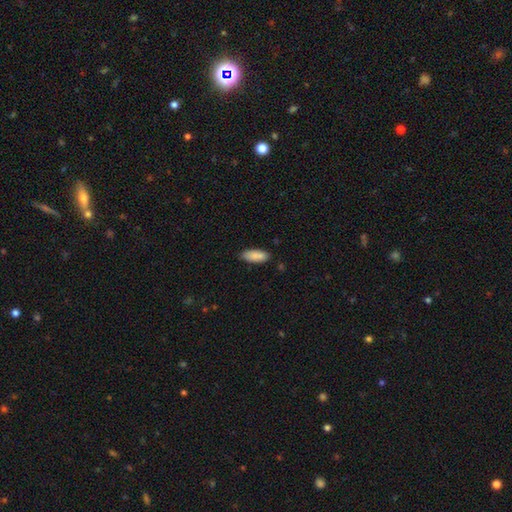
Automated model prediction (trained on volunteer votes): A smooth galaxy with no disk features (87%) that is in between round and cigar-shaped (78%). Merging: none (82%).